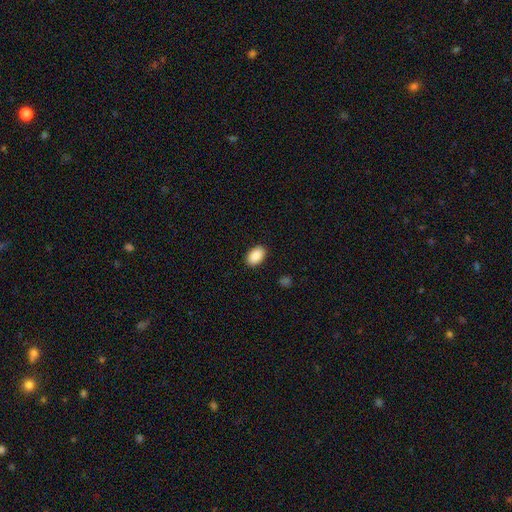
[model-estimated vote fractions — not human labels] smooth-or-featured: smooth: 90% | star or artifact: 7% | featured or disk: 3%
  how-rounded: in between: 92% | round: 7% | cigar-shaped: 1%
  merging: none: 90% | minor disturbance: 7% | major disturbance: 2% | merger: 1%